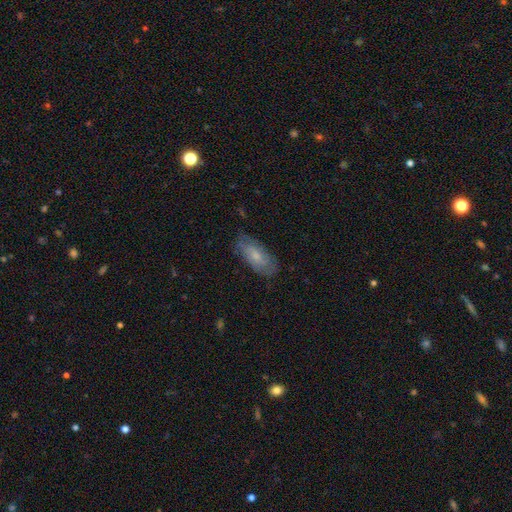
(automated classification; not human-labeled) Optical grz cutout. It shows a smooth galaxy with no disk features (59%) that is in between round and cigar-shaped (82%). Merging: none (73%).